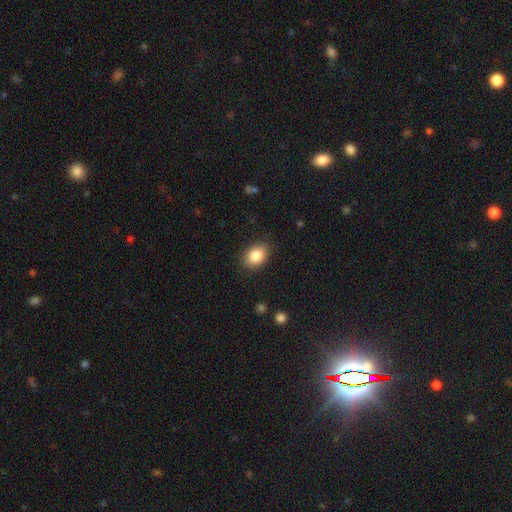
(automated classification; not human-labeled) This appears to be a smooth galaxy with no disk features (86%) that is in between round and cigar-shaped (77%). Merging: none (84%).